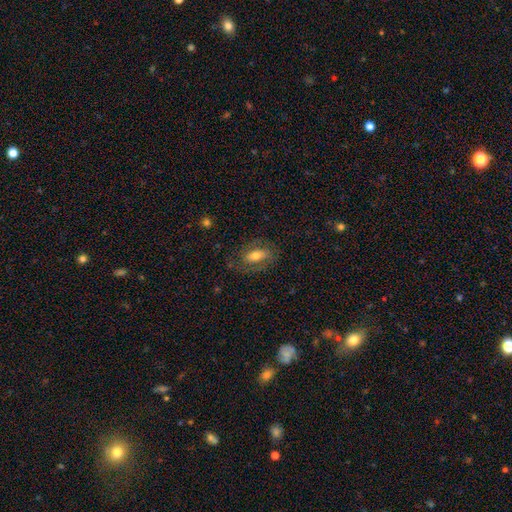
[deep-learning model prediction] Overall: smooth (47%; featured or disk 45%). Merging: none (71%).